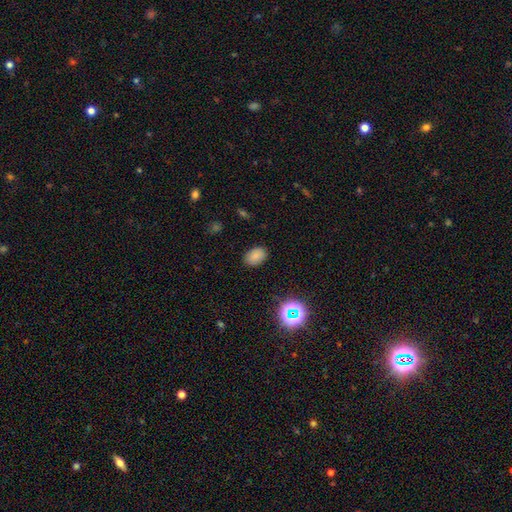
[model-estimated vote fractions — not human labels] Smooth or featured? Predicted: smooth (p=0.80). How rounded? Predicted: in between (p=0.80). Merging? Predicted: none (p=0.86).